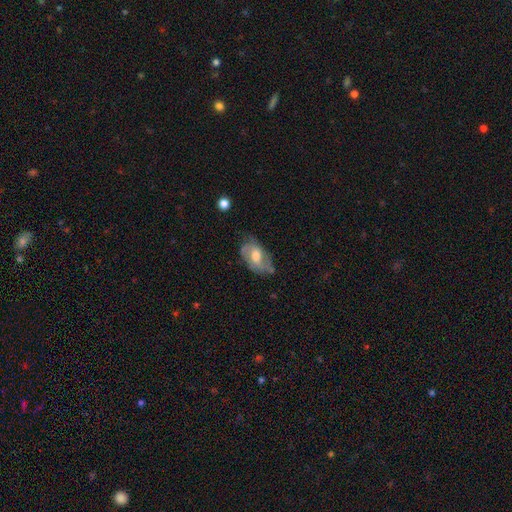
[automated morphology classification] Smooth or featured? featured or disk (59%)
Edge-on disk? no (93%)
Bar? no (51%)
Spiral arms? yes (76%)
Bulge size? moderate (68%)
Merging? none (55%)